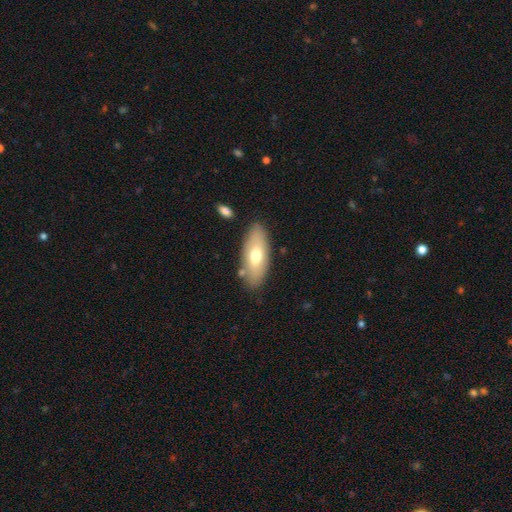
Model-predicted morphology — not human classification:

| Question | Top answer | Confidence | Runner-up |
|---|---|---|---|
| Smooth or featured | smooth | 65% | featured or disk (28%) |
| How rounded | in between | 84% | cigar-shaped (13%) |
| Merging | none | 81% | minor disturbance (12%) |